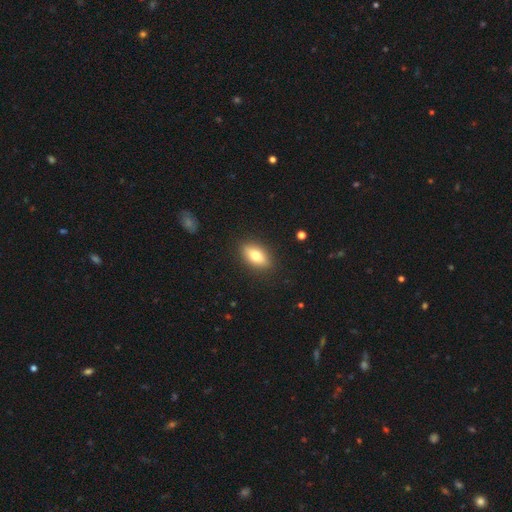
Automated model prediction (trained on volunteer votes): The model was most divided on "smooth or featured": smooth: 74%, featured or disk: 19%, star or artifact: 7%. More confident: merging — none (88%); how rounded — in between (85%).